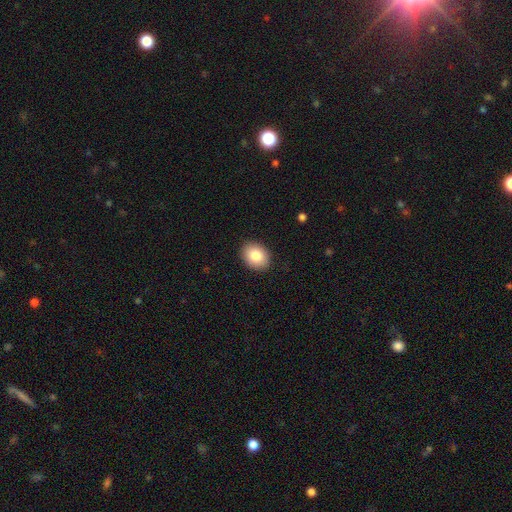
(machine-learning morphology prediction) Q: Smooth or featured?
A: smooth (83%); runner-up: featured or disk (9%)
Q: How rounded?
A: in between (61%); runner-up: round (38%)
Q: Merging?
A: none (90%); runner-up: minor disturbance (8%)